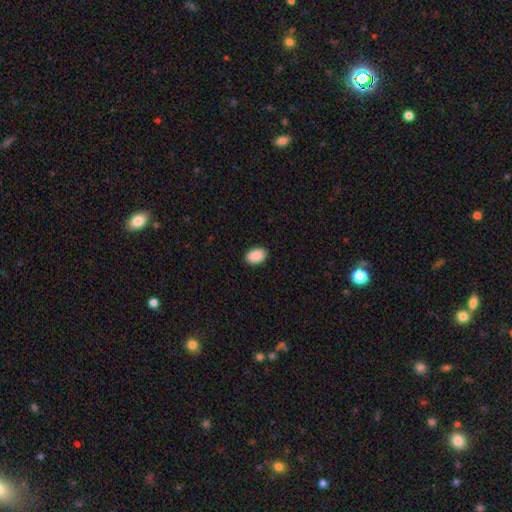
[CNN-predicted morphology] Smooth or featured: smooth — 91% (star or artifact — 7%)
How rounded: in between — 86% (round — 13%)
Merging: none — 90% (minor disturbance — 7%)